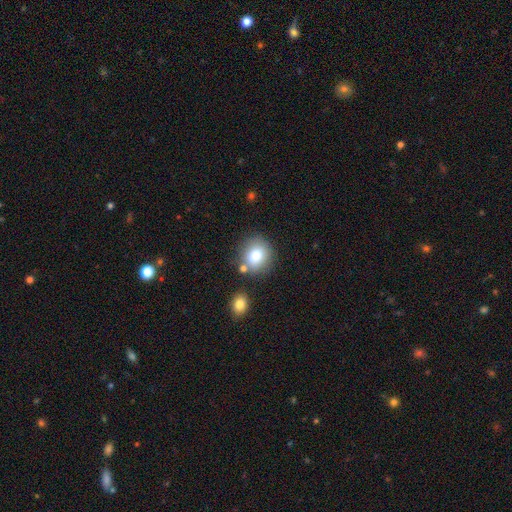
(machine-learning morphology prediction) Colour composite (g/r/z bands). It shows a smooth galaxy with no disk features (79%) that is round (78%). Merging: none (74%).